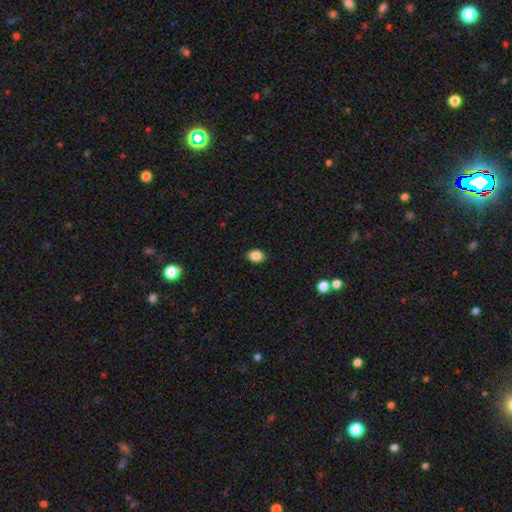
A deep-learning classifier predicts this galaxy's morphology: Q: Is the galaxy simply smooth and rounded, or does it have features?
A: smooth — 86%.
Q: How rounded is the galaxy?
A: in between — 62%.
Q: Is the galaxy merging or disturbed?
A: none — 87%.